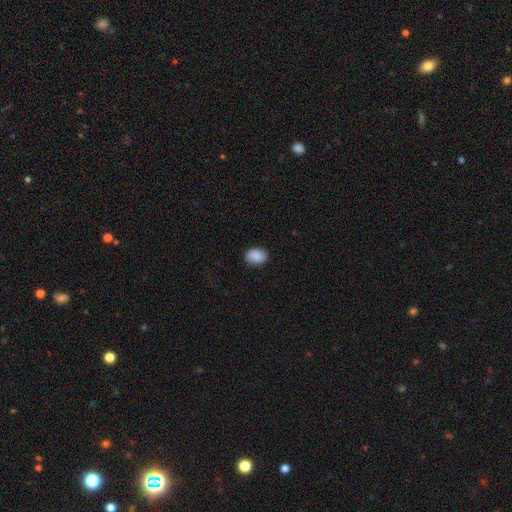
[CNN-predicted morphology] Smooth or featured? smooth (88%)
How rounded? in between (67%)
Merging? none (85%)